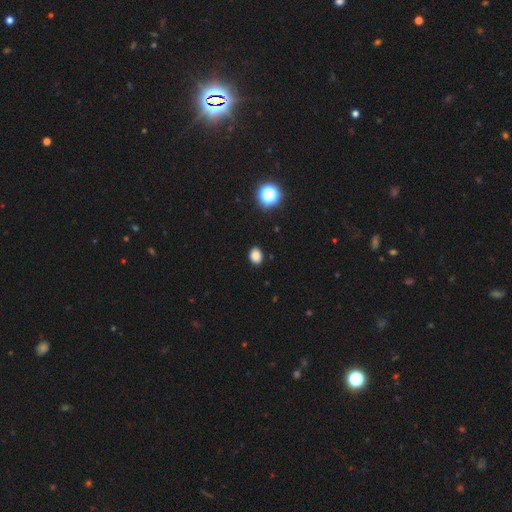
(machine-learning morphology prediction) smooth 84%, star or artifact 13%, featured or disk 3%. Down the decision tree: how rounded — in between (59%); merging — none (90%).